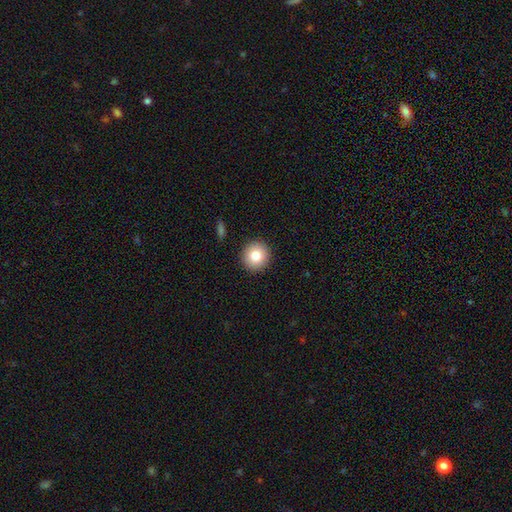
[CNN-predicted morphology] Overall: smooth (83%). How rounded: round (92%). Merging: none (92%).